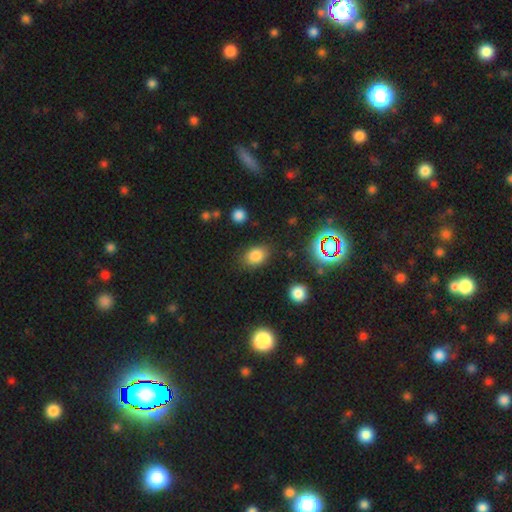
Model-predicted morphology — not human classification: Q: Smooth or featured?
A: smooth (79%); runner-up: star or artifact (14%)
Q: How rounded?
A: in between (71%); runner-up: round (28%)
Q: Merging?
A: none (81%); runner-up: minor disturbance (12%)